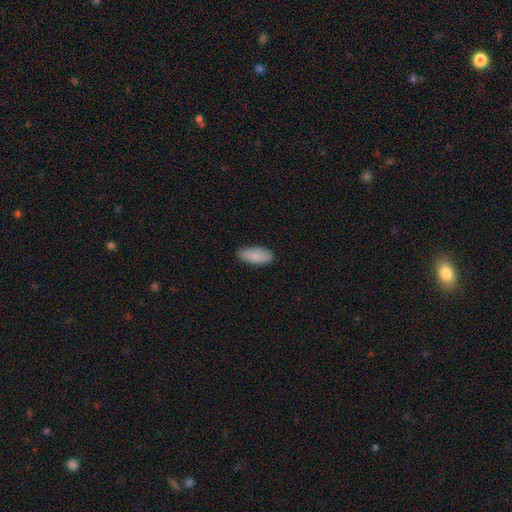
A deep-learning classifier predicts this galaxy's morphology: The model was most divided on "how rounded": in between: 84%, cigar-shaped: 14%, round: 2%. More confident: smooth or featured — smooth (86%); merging — none (86%).